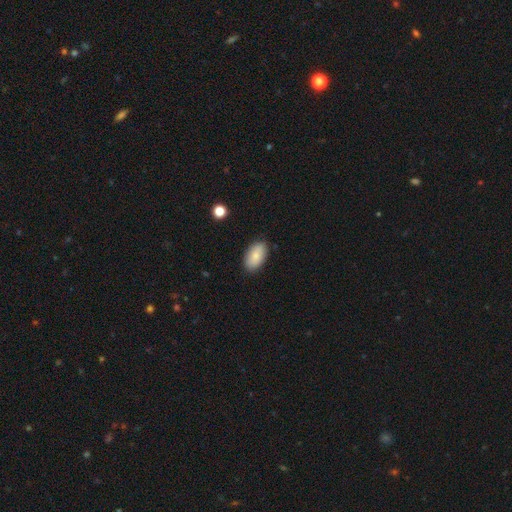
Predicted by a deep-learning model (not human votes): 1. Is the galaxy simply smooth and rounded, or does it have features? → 84% smooth, 10% featured or disk, 7% star or artifact.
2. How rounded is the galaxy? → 94% in between, 4% round, 2% cigar-shaped.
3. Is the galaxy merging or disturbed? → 86% none, 10% minor disturbance, 2% major disturbance, 1% merger.